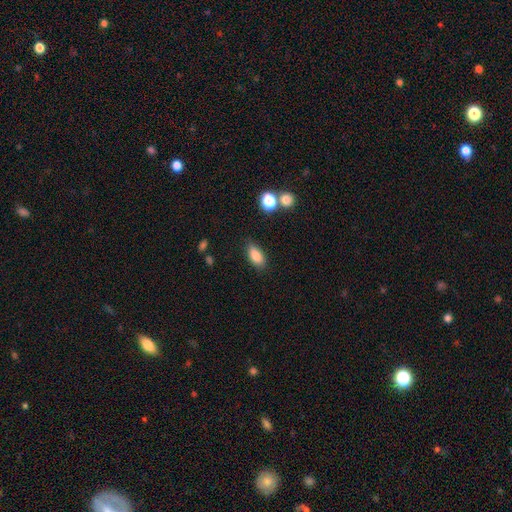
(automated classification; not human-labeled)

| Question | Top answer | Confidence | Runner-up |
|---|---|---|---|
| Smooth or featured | smooth | 84% | star or artifact (9%) |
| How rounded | in between | 85% | cigar-shaped (9%) |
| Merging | none | 81% | minor disturbance (14%) |